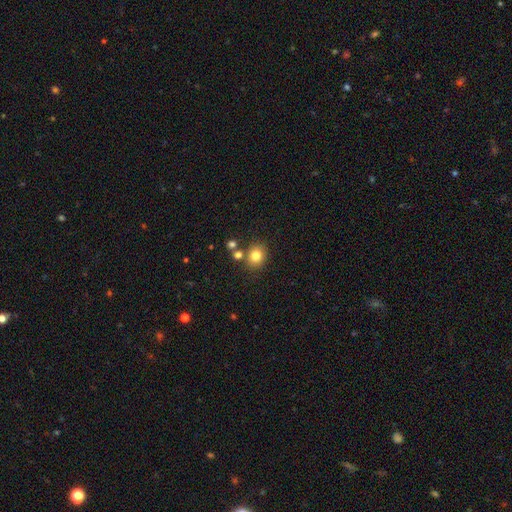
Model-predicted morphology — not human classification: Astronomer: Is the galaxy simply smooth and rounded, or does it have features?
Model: smooth — 81%.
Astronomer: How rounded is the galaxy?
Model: round — 68%.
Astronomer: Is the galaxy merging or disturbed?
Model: none — 76%.